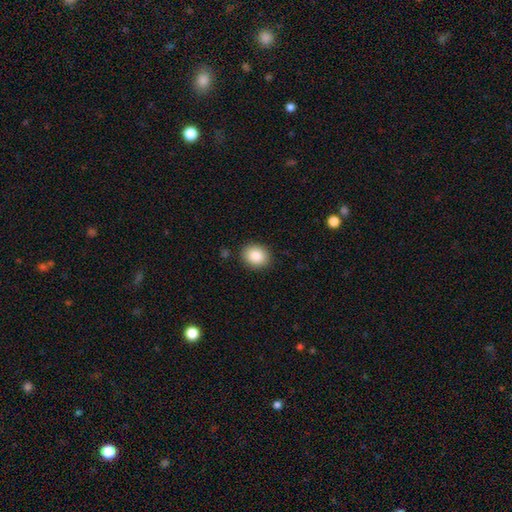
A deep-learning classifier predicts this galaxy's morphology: smooth-or-featured: smooth: 87% | star or artifact: 8% | featured or disk: 5%
  how-rounded: round: 60% | in between: 39% | cigar-shaped: 1%
  merging: none: 88% | minor disturbance: 8% | major disturbance: 2% | merger: 1%